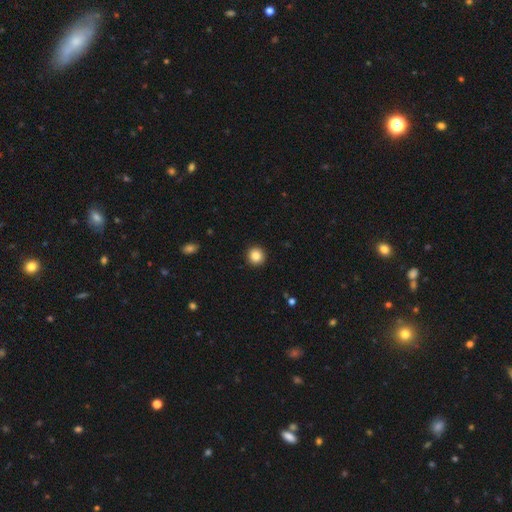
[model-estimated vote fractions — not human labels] Q: Smooth or featured?
A: smooth (86%); runner-up: star or artifact (10%)
Q: How rounded?
A: round (94%); runner-up: in between (5%)
Q: Merging?
A: none (93%); runner-up: minor disturbance (5%)